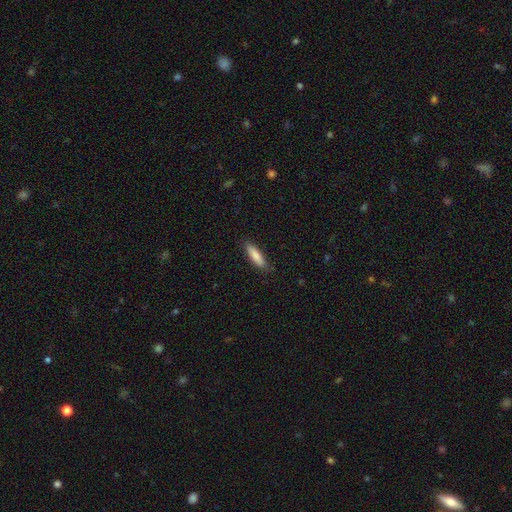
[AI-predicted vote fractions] This appears to be a smooth galaxy with no disk features (83%) that is cigar-shaped (64%). Merging: none (84%).